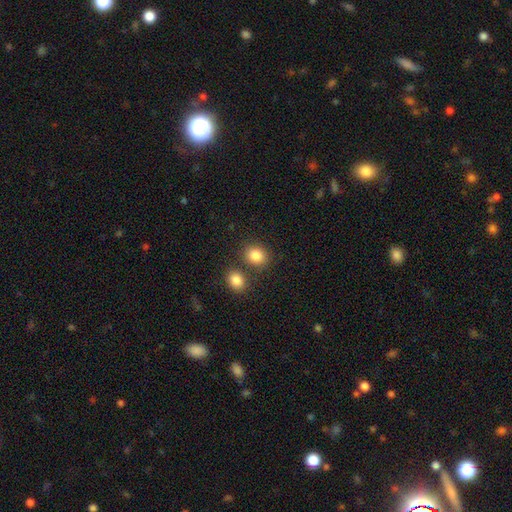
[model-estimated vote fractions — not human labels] Smooth or featured: smooth — 85% (star or artifact — 10%)
How rounded: round — 68% (in between — 32%)
Merging: none — 71% (merger — 17%)